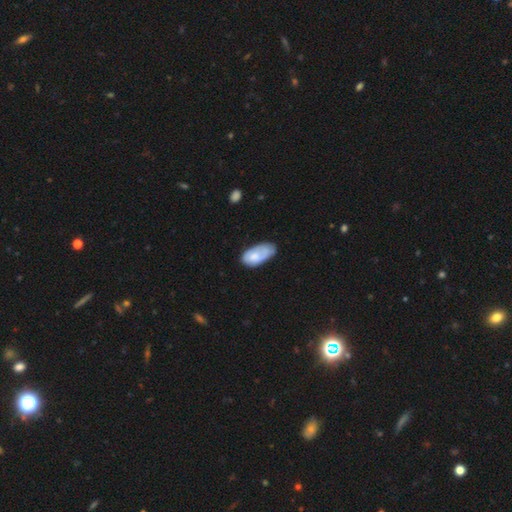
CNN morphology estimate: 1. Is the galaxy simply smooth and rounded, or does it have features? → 67% smooth, 26% featured or disk, 6% star or artifact.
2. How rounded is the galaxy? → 93% in between, 4% cigar-shaped, 3% round.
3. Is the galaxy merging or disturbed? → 45% none, 38% minor disturbance, 12% major disturbance, 4% merger.